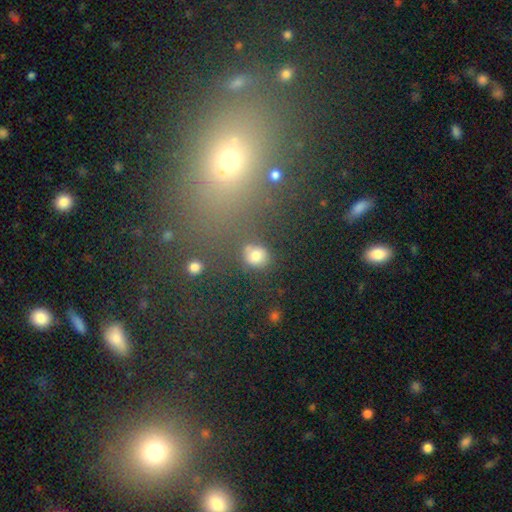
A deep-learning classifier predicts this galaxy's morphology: Smooth or featured? smooth (76%)
How rounded? round (71%)
Merging? none (68%)